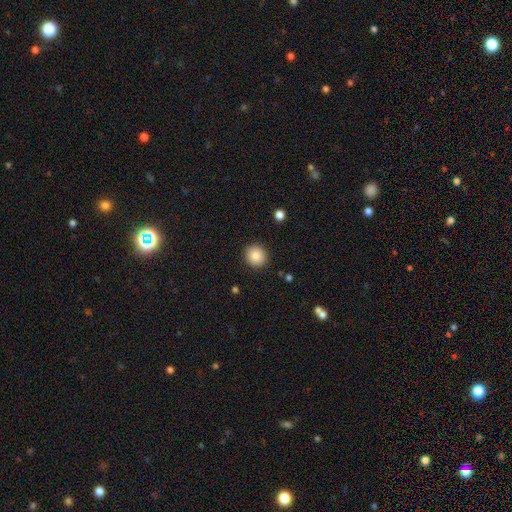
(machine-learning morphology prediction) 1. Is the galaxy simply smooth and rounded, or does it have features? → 86% smooth, 9% star or artifact, 5% featured or disk.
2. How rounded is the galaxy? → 93% round, 6% in between, 1% cigar-shaped.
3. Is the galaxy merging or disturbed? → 91% none, 6% minor disturbance, 2% major disturbance, 1% merger.